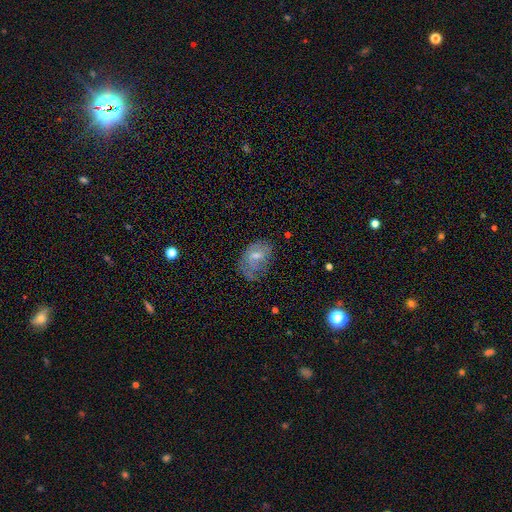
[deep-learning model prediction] featured or disk 44%, smooth 43%, star or artifact 14%. Down the decision tree: merging — none (50%).